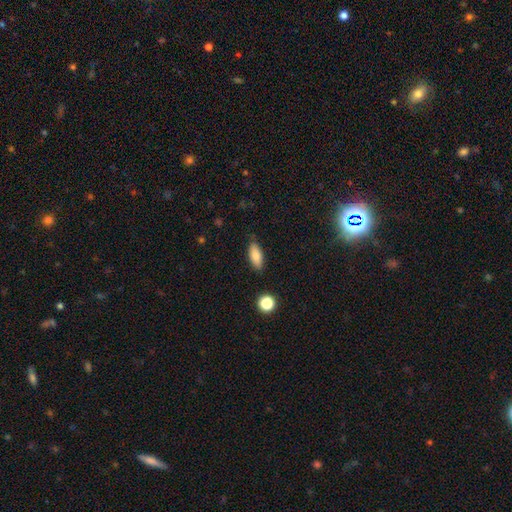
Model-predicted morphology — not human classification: smooth_or_featured: smooth (p=0.81) [alt: featured or disk p=0.11]
how_rounded: in between (p=0.78) [alt: cigar-shaped p=0.19]
merging: none (p=0.84) [alt: minor disturbance p=0.12]